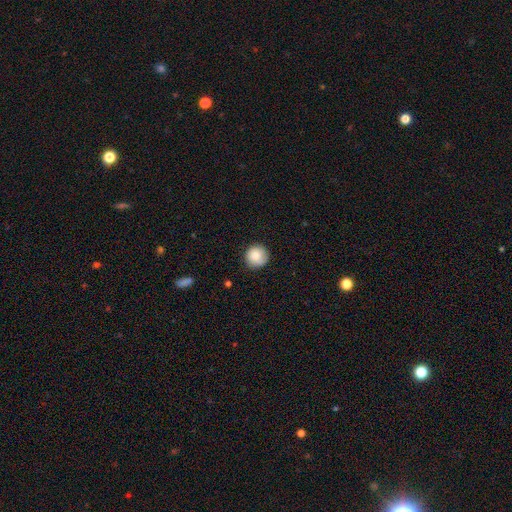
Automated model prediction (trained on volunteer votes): Overall: smooth (83%). How rounded: round (94%). Merging: none (82%).